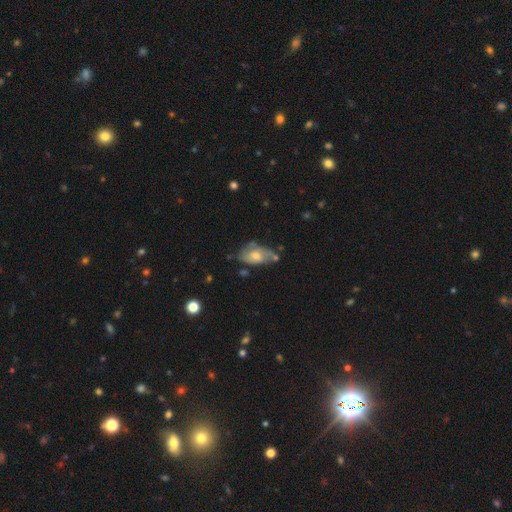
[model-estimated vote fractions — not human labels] A smooth galaxy with no disk features (49%). Merging: none (42%).